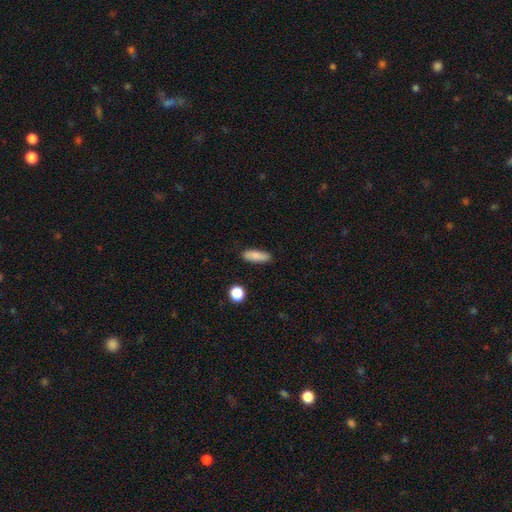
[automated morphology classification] This is clearly a smooth galaxy (84%). How rounded: possibly in between (53%). Merging: clearly none (85%).